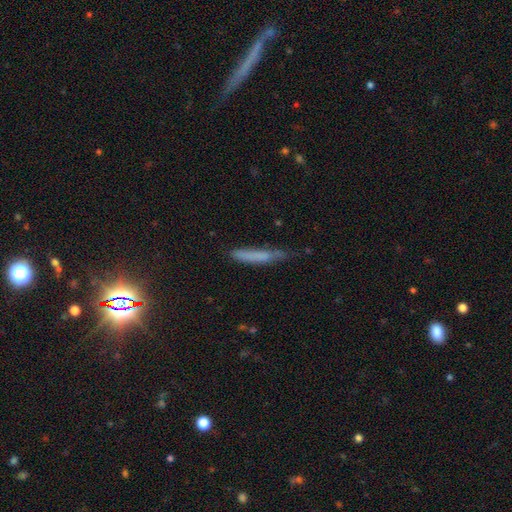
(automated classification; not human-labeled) Overall: smooth (67%). How rounded: cigar-shaped (92%). Merging: none (62%; minor disturbance 28%).